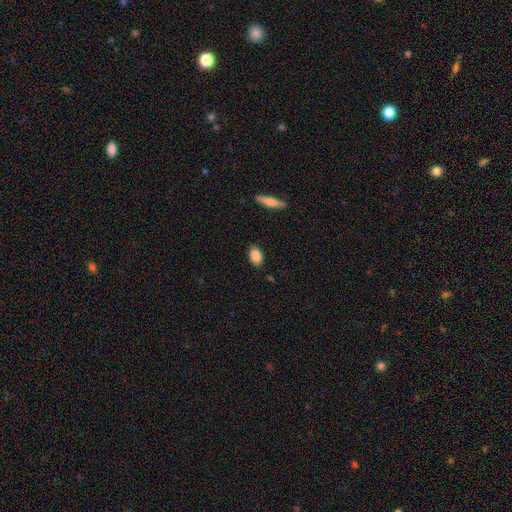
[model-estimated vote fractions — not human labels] A smooth galaxy with no disk features (87%) that is in between round and cigar-shaped (90%). Merging: none (88%).